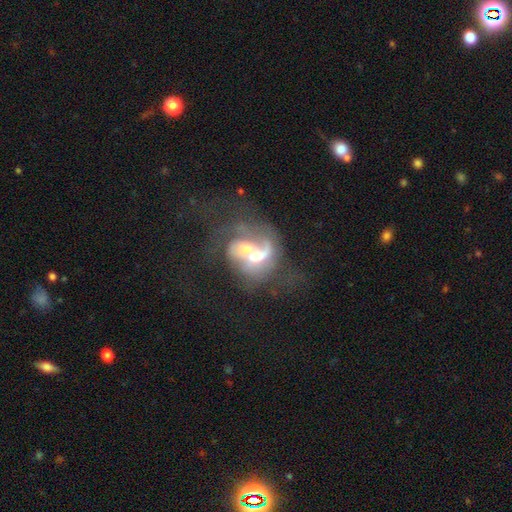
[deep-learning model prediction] Q: Smooth or featured?
A: featured or disk (71%); runner-up: smooth (21%)
Q: Edge-on disk?
A: no (97%); runner-up: yes (3%)
Q: Bar?
A: no (61%); runner-up: weak (29%)
Q: Spiral arms?
A: yes (69%); runner-up: no (31%)
Q: Bulge size?
A: moderate (56%); runner-up: small (23%)
Q: Merging?
A: merger (62%); runner-up: major disturbance (17%)